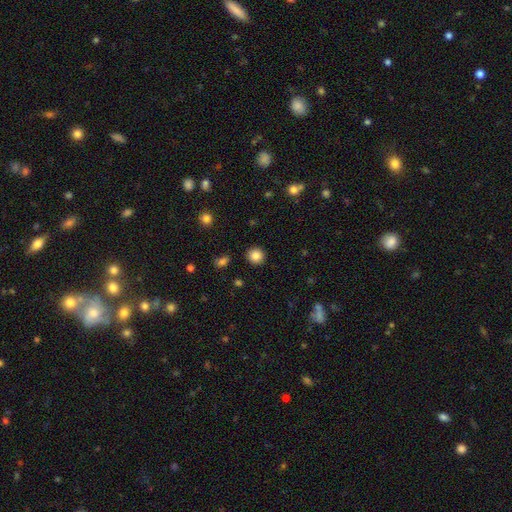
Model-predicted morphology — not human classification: Smooth or featured: smooth — 86% (star or artifact — 10%)
How rounded: round — 91% (in between — 8%)
Merging: none — 91% (minor disturbance — 6%)